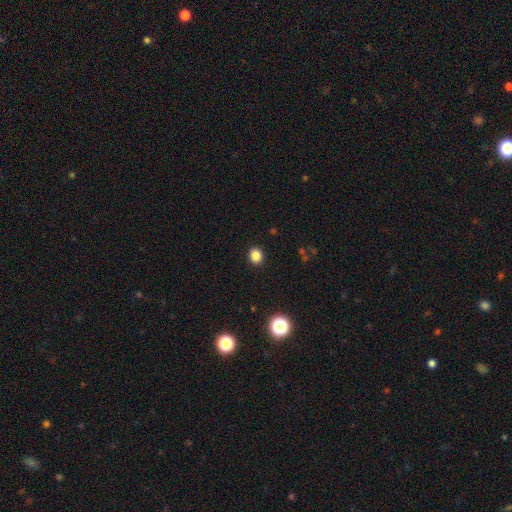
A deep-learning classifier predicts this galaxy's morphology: Smooth or featured? smooth (84%)
How rounded? round (75%)
Merging? none (91%)